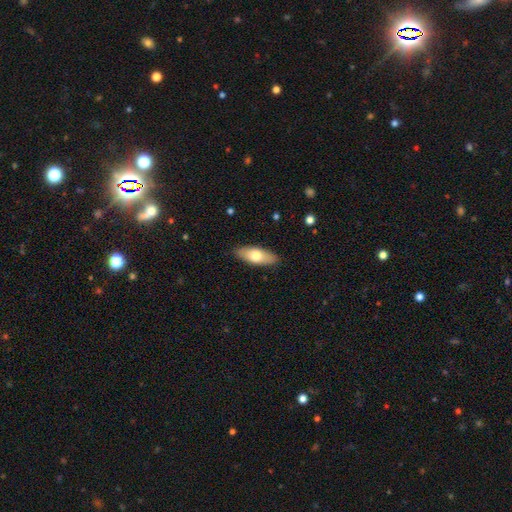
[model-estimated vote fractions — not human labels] This is likely a smooth galaxy (70%). How rounded: likely in between (74%). Merging: clearly none (88%).